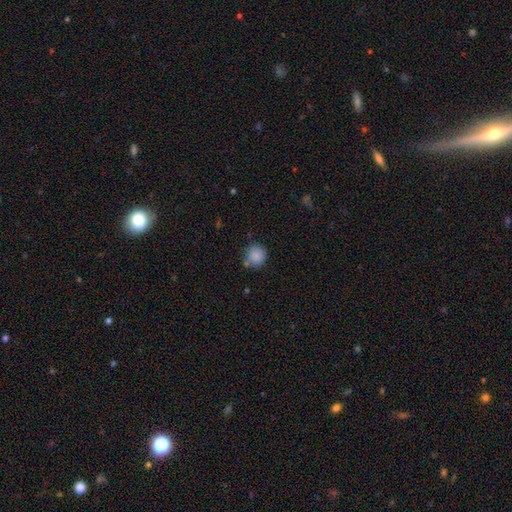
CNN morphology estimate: The model was most divided on "merging": none: 70%, minor disturbance: 16%, merger: 9%, major disturbance: 4%. More confident: how rounded — round (89%); smooth or featured — smooth (86%).